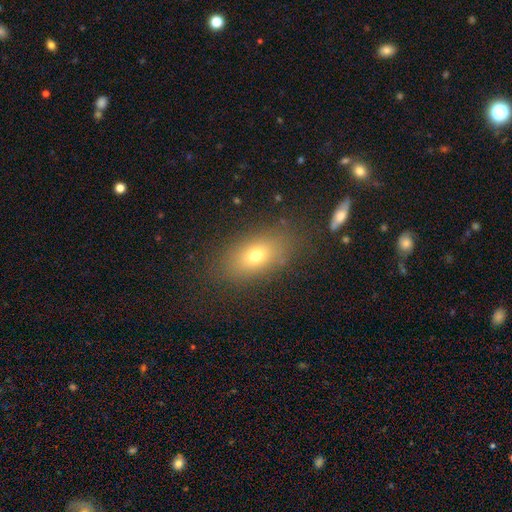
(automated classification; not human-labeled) smooth-or-featured: smooth: 70% | featured or disk: 17% | star or artifact: 13%
  how-rounded: in between: 82% | round: 13% | cigar-shaped: 5%
  merging: none: 80% | minor disturbance: 12% | major disturbance: 5% | merger: 2%